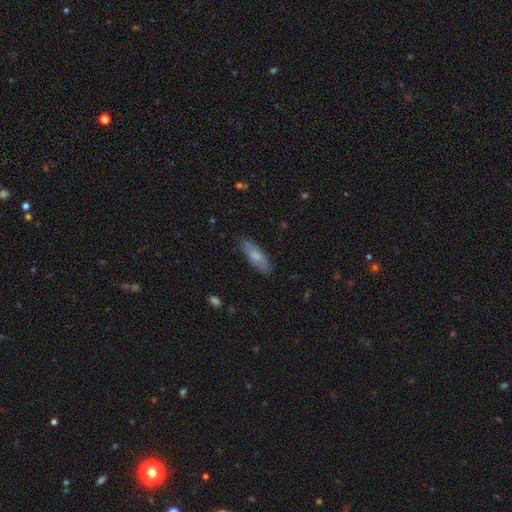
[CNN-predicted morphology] smooth_or_featured: smooth (p=0.73) [alt: featured or disk p=0.21]
how_rounded: in between (p=0.53) [alt: cigar-shaped p=0.45]
merging: none (p=0.83) [alt: minor disturbance p=0.14]